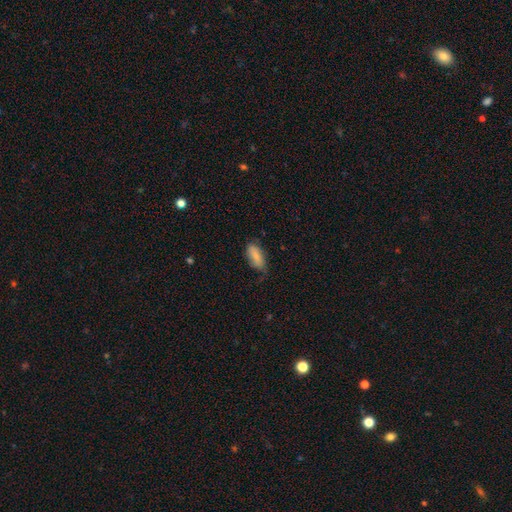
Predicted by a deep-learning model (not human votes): smooth_or_featured: smooth (p=0.84) [alt: featured or disk p=0.10]
how_rounded: in between (p=0.88) [alt: cigar-shaped p=0.10]
merging: none (p=0.60) [alt: minor disturbance p=0.31]